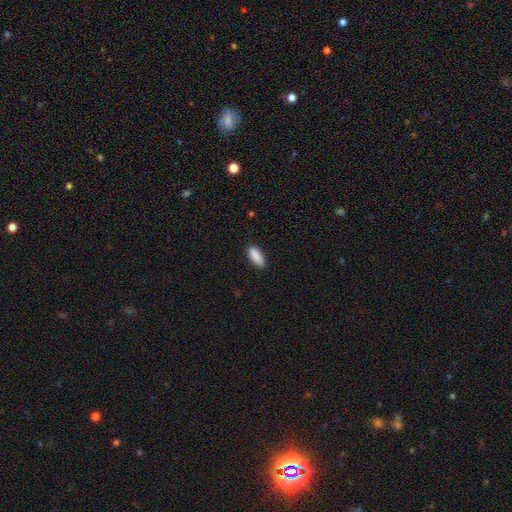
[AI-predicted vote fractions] smooth-or-featured: smooth: 90% | star or artifact: 6% | featured or disk: 4%
  how-rounded: in between: 81% | cigar-shaped: 17% | round: 2%
  merging: none: 87% | minor disturbance: 10% | major disturbance: 2% | merger: 1%